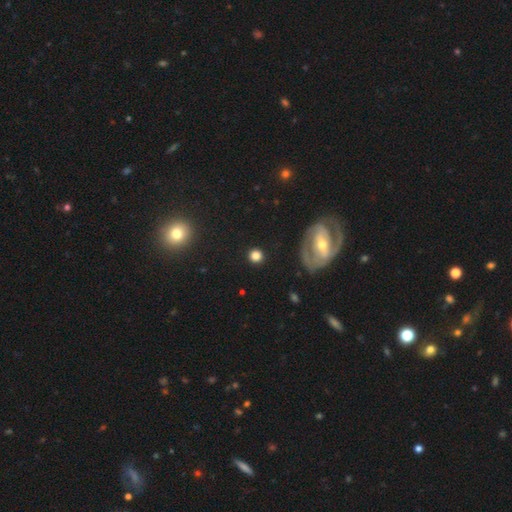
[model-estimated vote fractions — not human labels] A smooth galaxy with no disk features (79%) that is round (92%). Merging: none (89%).